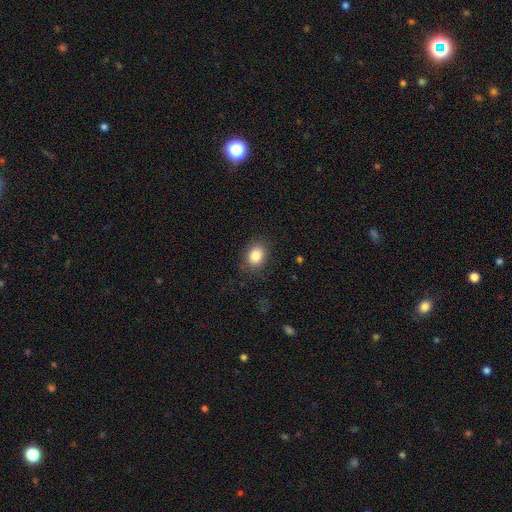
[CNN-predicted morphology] This is clearly a smooth galaxy (85%). How rounded: possibly in between (53%). Merging: clearly none (83%).